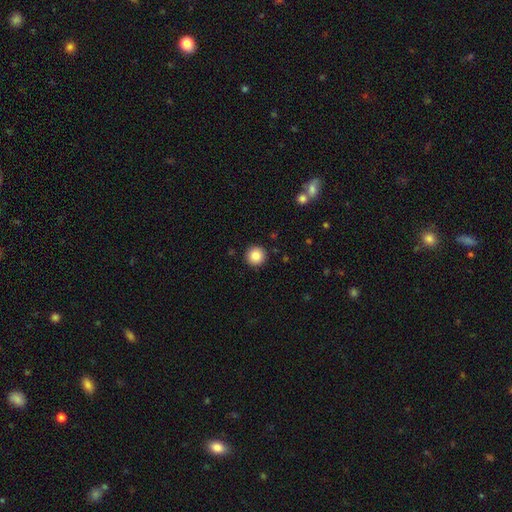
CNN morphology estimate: smooth-or-featured: smooth: 86% | star or artifact: 9% | featured or disk: 5%
  how-rounded: round: 96% | in between: 3% | cigar-shaped: 1%
  merging: none: 93% | minor disturbance: 5% | major disturbance: 2% | merger: 1%